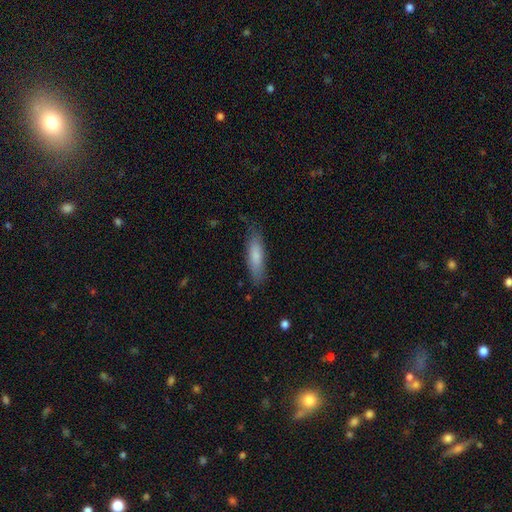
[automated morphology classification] type=smooth (77%); roundness=cigar-shaped (67%); merging=none (78%).